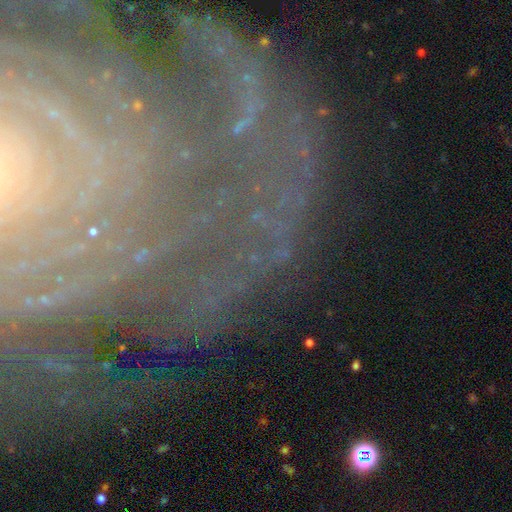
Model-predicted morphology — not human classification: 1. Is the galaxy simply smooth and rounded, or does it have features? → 65% featured or disk, 22% star or artifact, 13% smooth.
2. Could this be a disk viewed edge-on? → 88% no, 12% yes.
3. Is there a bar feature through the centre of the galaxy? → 43% no, 28% weak, 28% strong.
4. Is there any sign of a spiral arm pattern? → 87% yes, 13% no.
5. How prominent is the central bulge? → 57% small, 27% moderate, 7% large, 5% none, 4% dominant.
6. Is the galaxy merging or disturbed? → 73% none, 13% minor disturbance, 9% major disturbance, 4% merger.